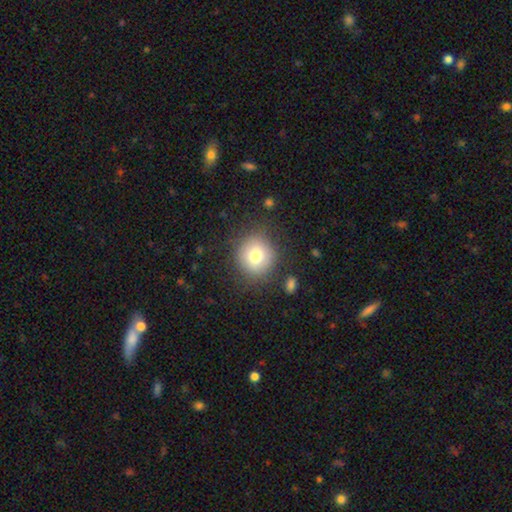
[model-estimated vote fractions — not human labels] Q: Smooth or featured?
A: smooth (76%); runner-up: featured or disk (13%)
Q: How rounded?
A: round (90%); runner-up: in between (9%)
Q: Merging?
A: none (83%); runner-up: minor disturbance (10%)